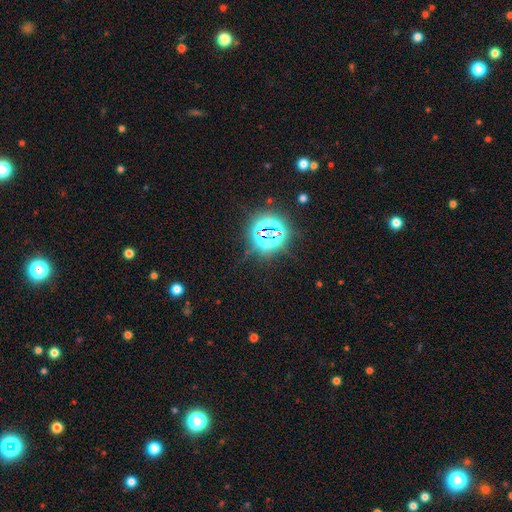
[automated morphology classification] Smooth or featured: star or artifact — 81% (smooth — 13%)